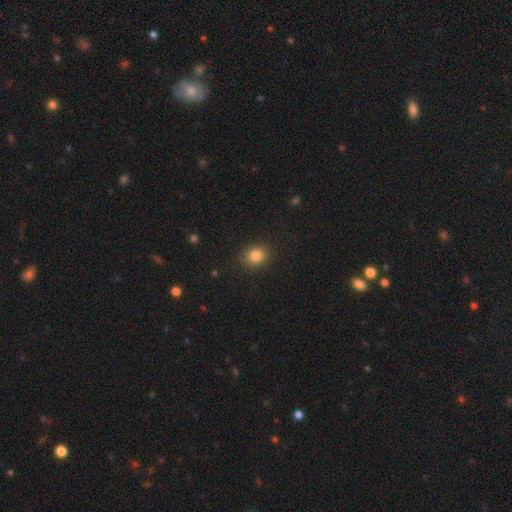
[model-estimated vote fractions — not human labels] Smooth or featured?
  - smooth: 83% *
  - star or artifact: 11%
  - featured or disk: 5%
How rounded?
  - round: 73% *
  - in between: 26%
  - cigar-shaped: 1%
Merging?
  - none: 89% *
  - minor disturbance: 8%
  - major disturbance: 2%
  - merger: 1%